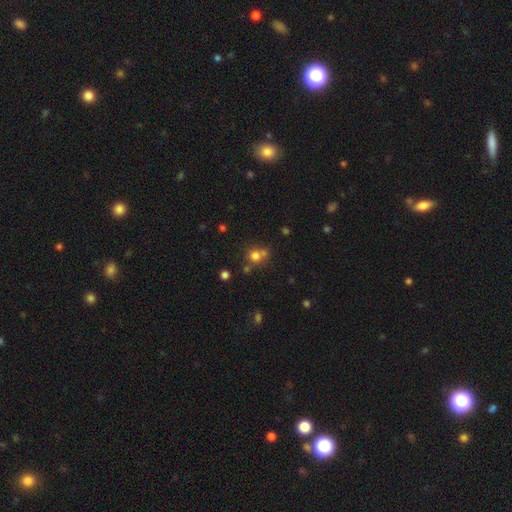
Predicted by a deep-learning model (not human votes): smooth-or-featured: smooth: 73% | star or artifact: 17% | featured or disk: 11%
  how-rounded: round: 82% | in between: 17% | cigar-shaped: 1%
  merging: none: 52% | merger: 30% | minor disturbance: 12% | major disturbance: 6%